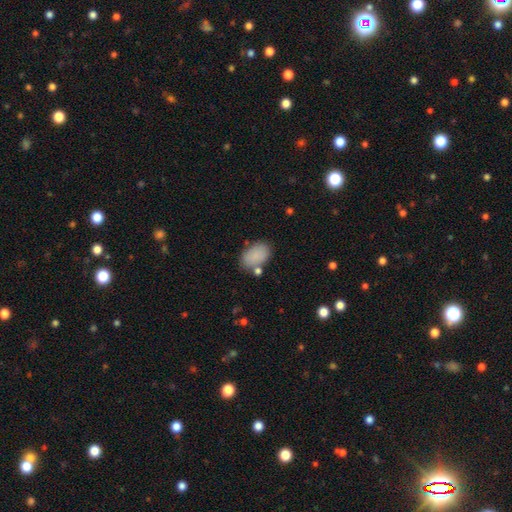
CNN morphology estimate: This is clearly a smooth galaxy (86%). How rounded: clearly in between (89%). Merging: likely none (71%).